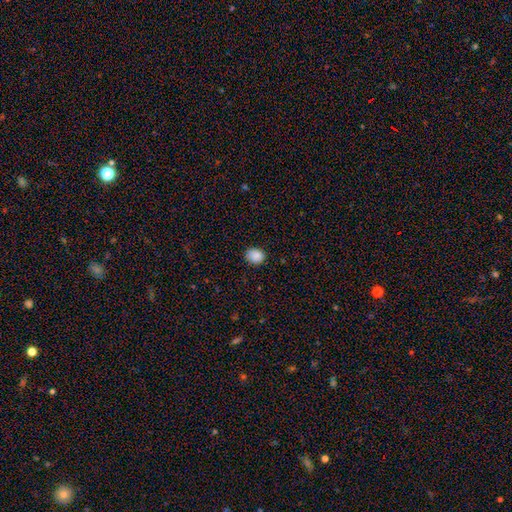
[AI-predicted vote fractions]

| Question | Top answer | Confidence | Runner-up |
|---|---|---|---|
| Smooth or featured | smooth | 88% | star or artifact (9%) |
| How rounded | round | 66% | in between (34%) |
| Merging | none | 86% | minor disturbance (11%) |